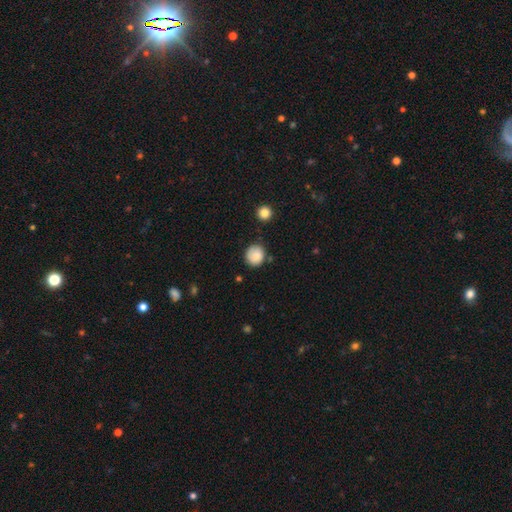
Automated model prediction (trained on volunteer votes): This appears to be a smooth galaxy with no disk features (84%) that is round (85%). Merging: none (75%).